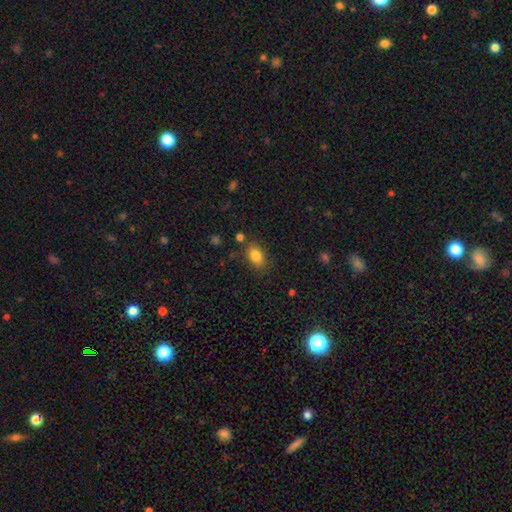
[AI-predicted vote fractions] smooth-or-featured: smooth: 83% | star or artifact: 9% | featured or disk: 7%
  how-rounded: in between: 81% | round: 17% | cigar-shaped: 2%
  merging: none: 79% | minor disturbance: 13% | merger: 4% | major disturbance: 4%